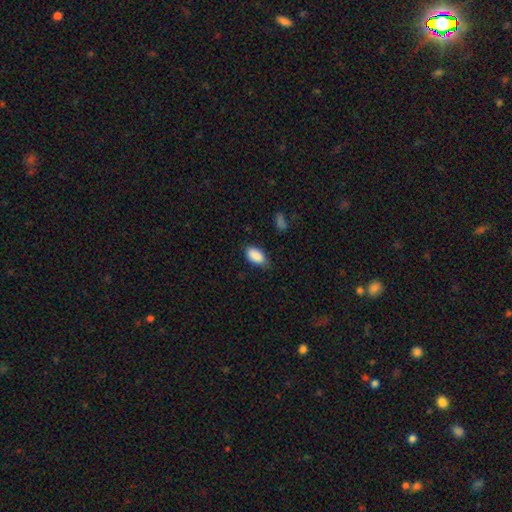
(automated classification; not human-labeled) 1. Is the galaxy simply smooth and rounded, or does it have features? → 89% smooth, 7% star or artifact, 4% featured or disk.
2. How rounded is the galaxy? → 94% in between, 4% round, 2% cigar-shaped.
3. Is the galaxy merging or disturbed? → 73% none, 21% minor disturbance, 4% major disturbance, 1% merger.